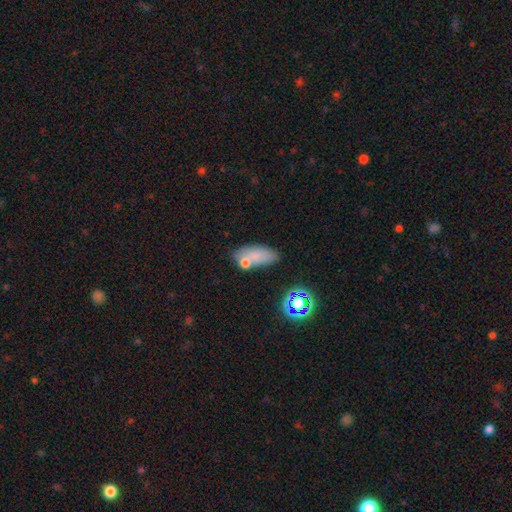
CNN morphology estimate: Q: Smooth or featured?
A: smooth (70%); runner-up: featured or disk (15%)
Q: How rounded?
A: in between (83%); runner-up: cigar-shaped (10%)
Q: Merging?
A: none (53%); runner-up: merger (21%)